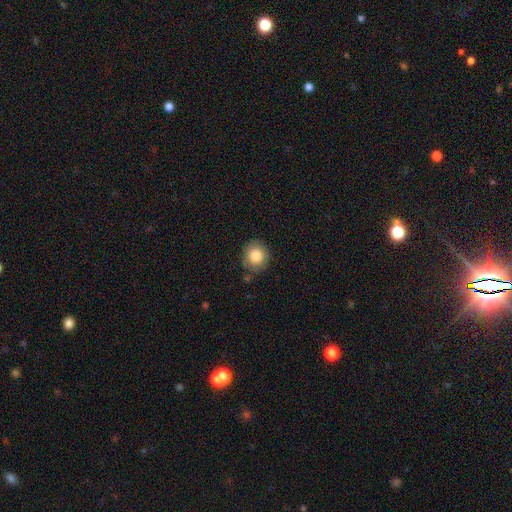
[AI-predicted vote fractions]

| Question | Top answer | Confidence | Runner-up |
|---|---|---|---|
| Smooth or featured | smooth | 84% | star or artifact (9%) |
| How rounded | round | 87% | in between (12%) |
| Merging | none | 82% | minor disturbance (12%) |